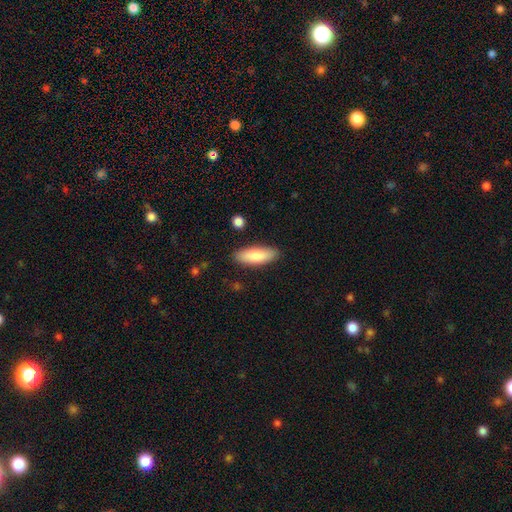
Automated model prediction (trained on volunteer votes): Q: Smooth or featured?
A: smooth (84%); runner-up: featured or disk (10%)
Q: How rounded?
A: in between (64%); runner-up: cigar-shaped (34%)
Q: Merging?
A: none (87%); runner-up: minor disturbance (9%)